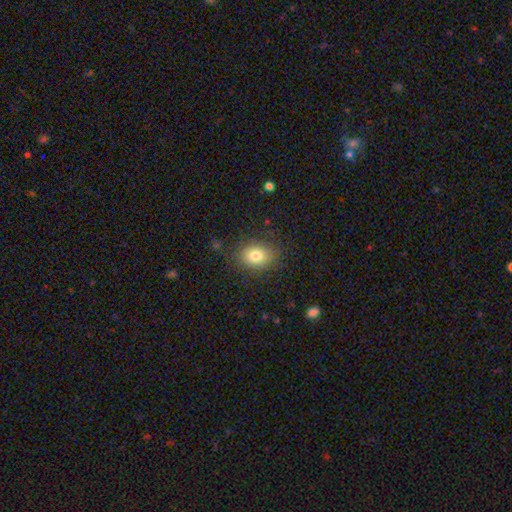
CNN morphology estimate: Smooth or featured?
  - smooth: 81% *
  - star or artifact: 10%
  - featured or disk: 9%
How rounded?
  - in between: 66% *
  - round: 33%
  - cigar-shaped: 1%
Merging?
  - none: 84% *
  - minor disturbance: 11%
  - major disturbance: 4%
  - merger: 1%